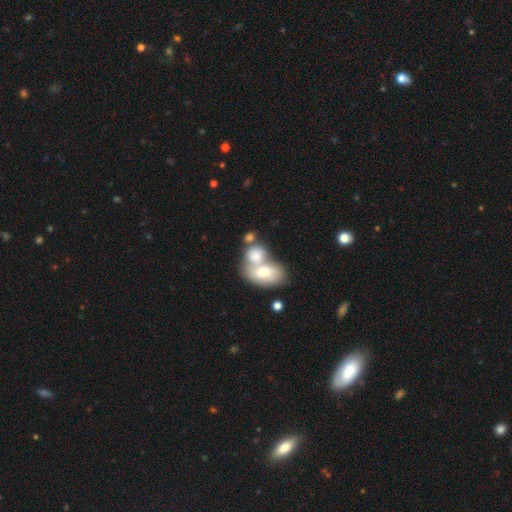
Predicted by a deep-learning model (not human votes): smooth 73%, featured or disk 20%, star or artifact 7%. Down the decision tree: how rounded — in between (77%); merging — merger (70%).